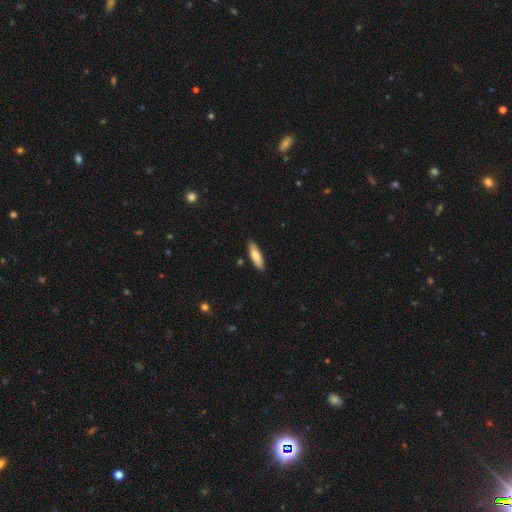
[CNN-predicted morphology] Overall: smooth (76%). How rounded: cigar-shaped (55%; in between 44%). Merging: none (88%).